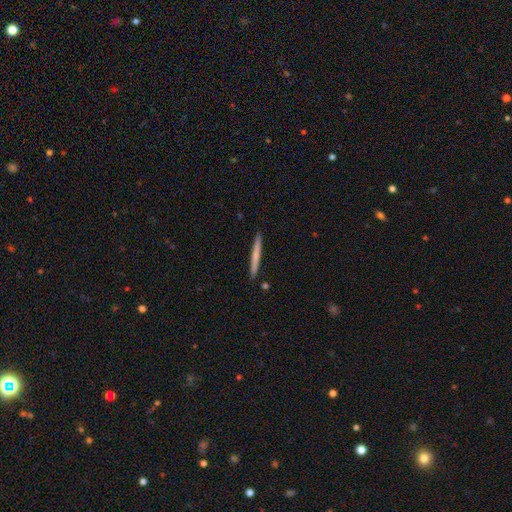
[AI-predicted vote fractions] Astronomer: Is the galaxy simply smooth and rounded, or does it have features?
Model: smooth — 61%.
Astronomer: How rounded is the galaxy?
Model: cigar-shaped — 97%.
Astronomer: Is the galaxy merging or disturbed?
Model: none — 92%.